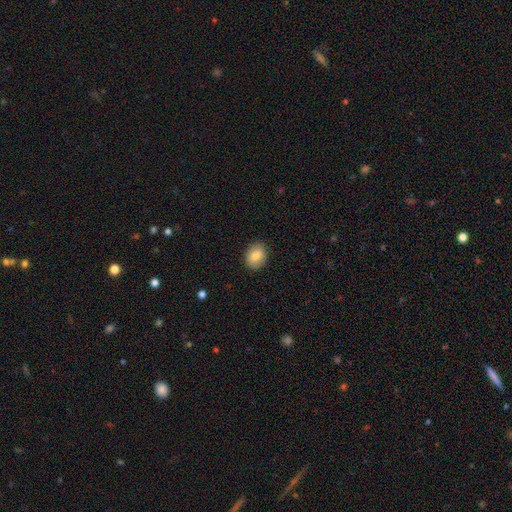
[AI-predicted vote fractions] A smooth galaxy with no disk features (84%) that is in between round and cigar-shaped (62%). Merging: none (86%).